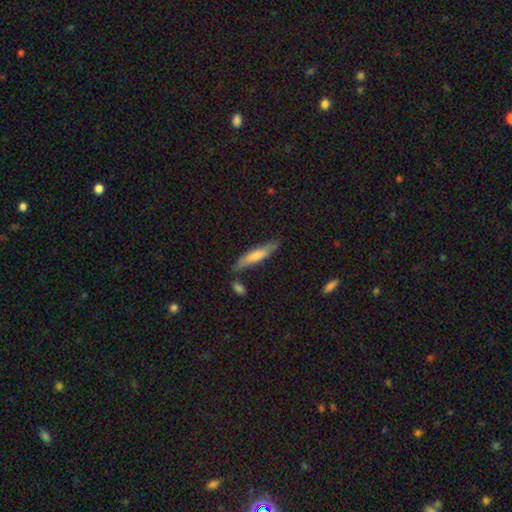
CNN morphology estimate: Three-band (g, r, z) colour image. It shows a smooth galaxy with no disk features (48%). Merging: none (76%).